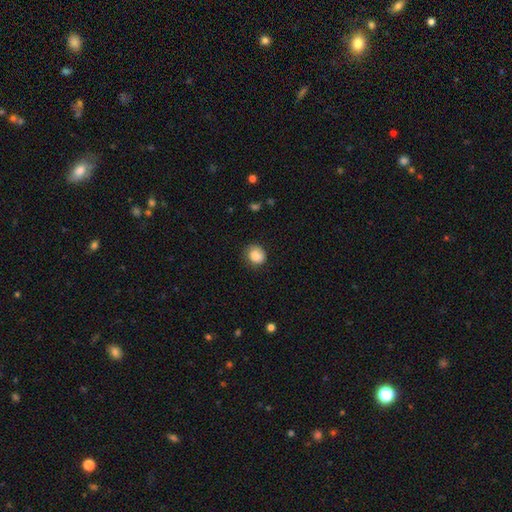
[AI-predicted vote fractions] Morphology: type=smooth (84%); roundness=round (69%); merging=none (72%).